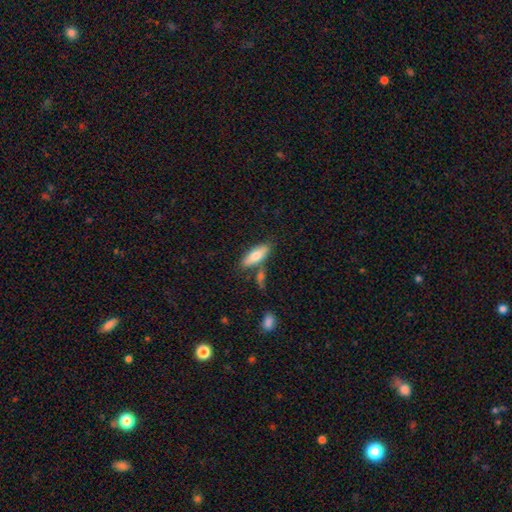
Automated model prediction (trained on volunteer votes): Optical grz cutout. It shows a smooth galaxy with no disk features (73%) that is in between round and cigar-shaped (65%). Merging: none (70%).